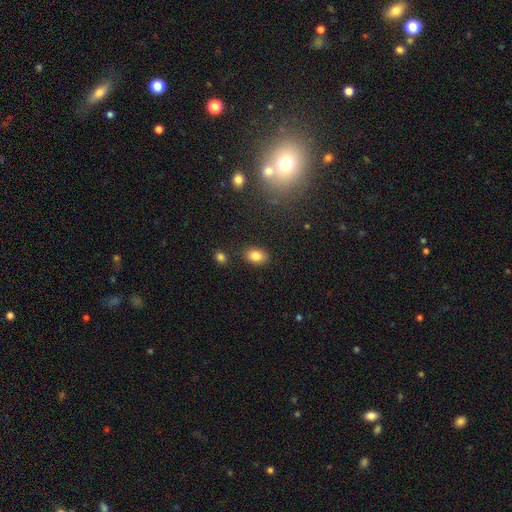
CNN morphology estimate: type=smooth (84%); roundness=in between (83%); merging=none (84%).